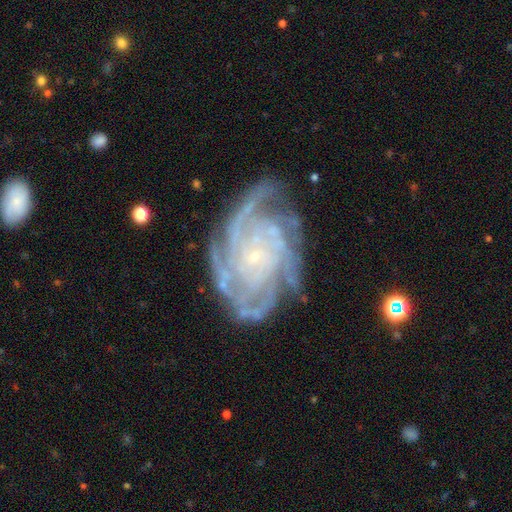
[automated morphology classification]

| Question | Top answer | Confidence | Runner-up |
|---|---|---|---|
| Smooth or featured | featured or disk | 89% | star or artifact (6%) |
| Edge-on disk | no | 97% | yes (3%) |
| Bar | no | 77% | weak (17%) |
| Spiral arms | yes | 98% | no (2%) |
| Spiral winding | tight | 70% | medium (25%) |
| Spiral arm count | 4 | 32% | more than 4 (19%) |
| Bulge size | small | 88% | moderate (7%) |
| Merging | none | 71% | minor disturbance (19%) |